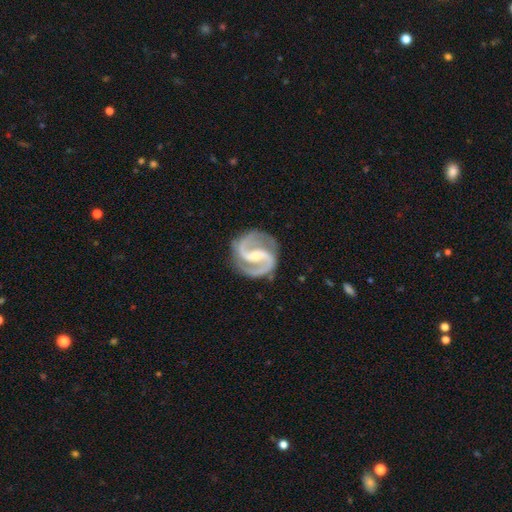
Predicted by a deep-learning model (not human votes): smooth_or_featured: featured or disk (p=0.94) [alt: star or artifact p=0.04]
disk_edge_on: no (p=0.98) [alt: yes p=0.02]
bar: strong (p=0.44) [alt: weak p=0.39]
has_spiral_arms: yes (p=0.98) [alt: no p=0.02]
spiral_winding: medium (p=0.62) [alt: tight p=0.26]
spiral_arm_count: 2 (p=0.94) [alt: 3 p=0.02]
bulge_size: small (p=0.51) [alt: moderate p=0.41]
merging: none (p=0.84) [alt: minor disturbance p=0.11]